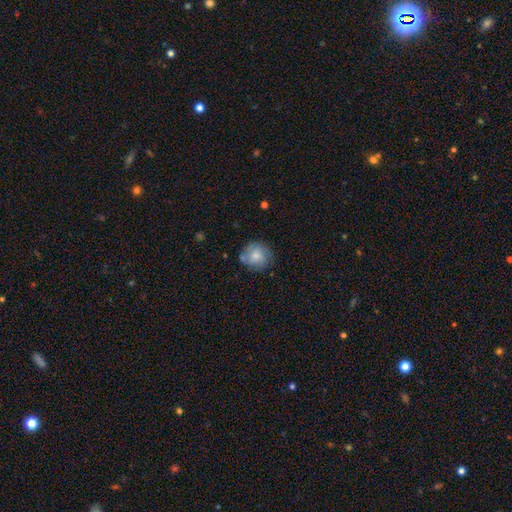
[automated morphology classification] smooth_or_featured: smooth (p=0.72) [alt: featured or disk p=0.20]
how_rounded: round (p=0.85) [alt: in between p=0.14]
merging: none (p=0.72) [alt: minor disturbance p=0.19]